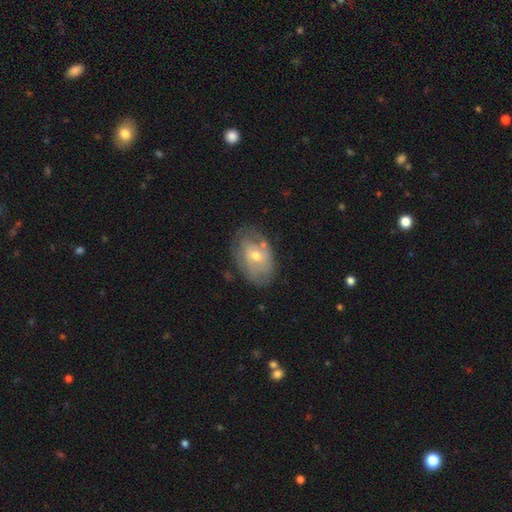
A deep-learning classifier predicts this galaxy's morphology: A featured or disk galaxy (63%) with no bar (59%), spiral arms (66%) and a moderate central bulge (52%).

Vote fractions:
- Smooth or featured? featured or disk: 63% / smooth: 29% / star or artifact: 7%
- Edge-on disk? no: 95% / yes: 5%
- Bar? no: 59% / weak: 34% / strong: 7%
- Spiral arms? yes: 66% / no: 34%
- Bulge size? moderate: 52% / small: 44% / large: 2% / none: 1% / dominant: 1%
- Merging? none: 67% / minor disturbance: 22% / major disturbance: 7% / merger: 4%